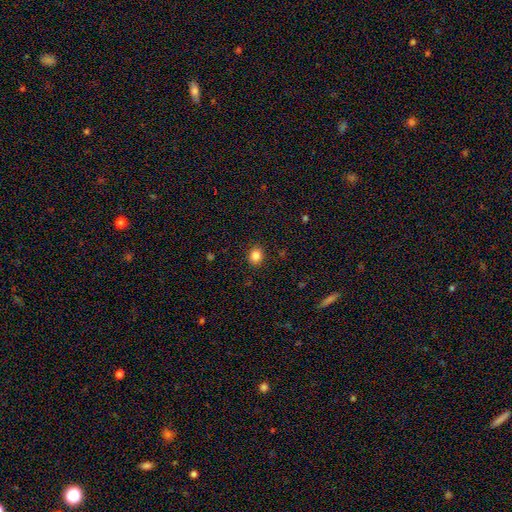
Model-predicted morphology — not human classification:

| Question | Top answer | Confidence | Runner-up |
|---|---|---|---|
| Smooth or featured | smooth | 85% | star or artifact (11%) |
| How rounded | round | 62% | in between (37%) |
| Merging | none | 89% | minor disturbance (7%) |